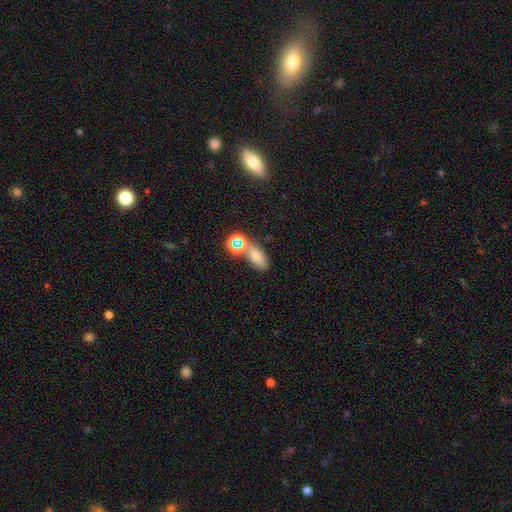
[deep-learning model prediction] Smooth or featured? Predicted: smooth (p=0.67). How rounded? Predicted: in between (p=0.83). Merging? Predicted: none (p=0.58).